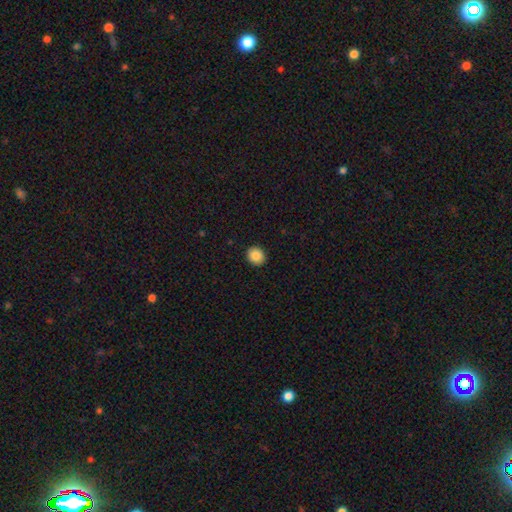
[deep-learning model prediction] A smooth galaxy with no disk features (87%) that is round (76%).

Vote fractions:
- Smooth or featured? smooth: 87% / star or artifact: 9% / featured or disk: 4%
- How rounded? round: 76% / in between: 23% / cigar-shaped: 1%
- Merging? none: 92% / minor disturbance: 5% / major disturbance: 2% / merger: 1%